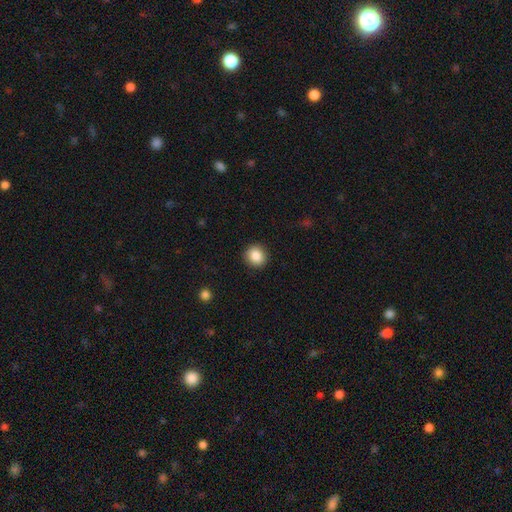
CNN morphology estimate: Smooth or featured: smooth — 87% (star or artifact — 9%)
How rounded: round — 87% (in between — 12%)
Merging: none — 91% (minor disturbance — 6%)